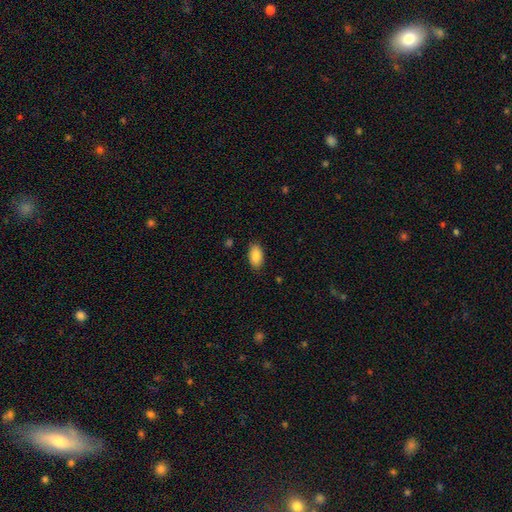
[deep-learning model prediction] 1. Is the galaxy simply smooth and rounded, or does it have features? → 87% smooth, 7% star or artifact, 6% featured or disk.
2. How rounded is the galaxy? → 94% in between, 4% round, 2% cigar-shaped.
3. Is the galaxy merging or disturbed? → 86% none, 10% minor disturbance, 2% major disturbance, 1% merger.